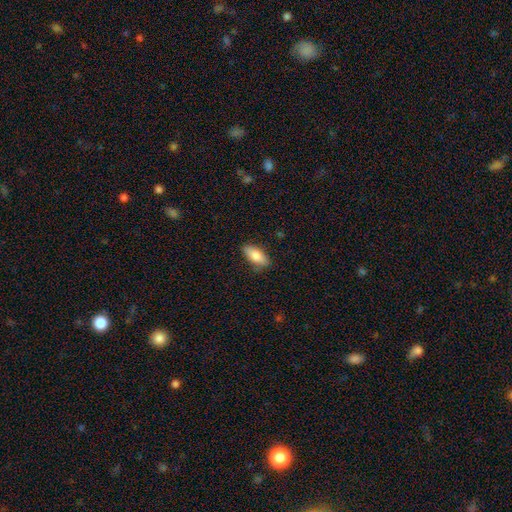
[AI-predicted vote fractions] A smooth galaxy with no disk features (83%) that is in between round and cigar-shaped (82%). Merging: none (81%).